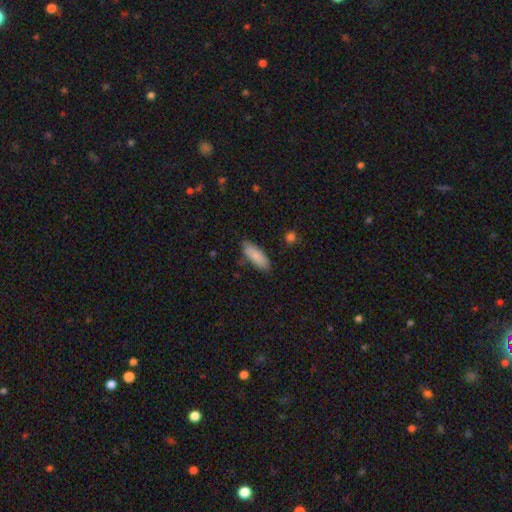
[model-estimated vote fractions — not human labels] smooth 84%, featured or disk 9%, star or artifact 6%. Down the decision tree: how rounded — in between (71%); merging — none (79%).